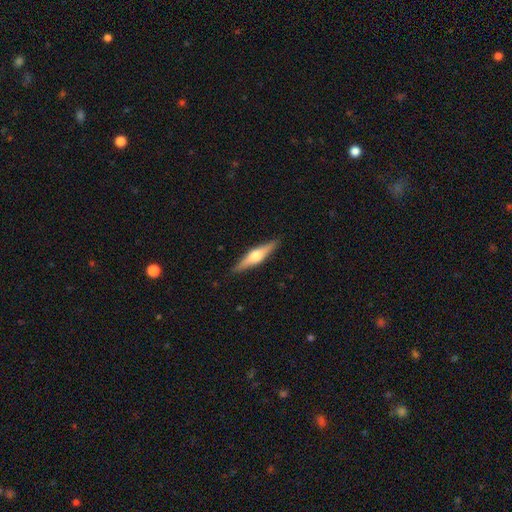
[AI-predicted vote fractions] This is likely a featured or disk galaxy (63%). It is clearly viewed edge-on (97%). Edge-on bulge: clearly rounded (93%). Merging: clearly none (91%).